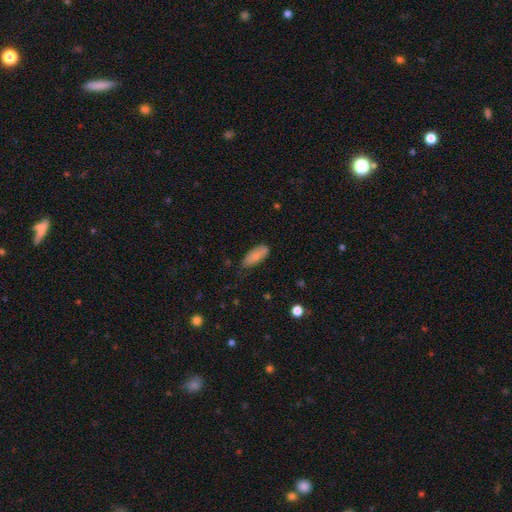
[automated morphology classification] The model was most divided on "merging": none: 60%, minor disturbance: 30%, major disturbance: 6%, merger: 4%. More confident: how rounded — in between (78%); smooth or featured — smooth (77%).